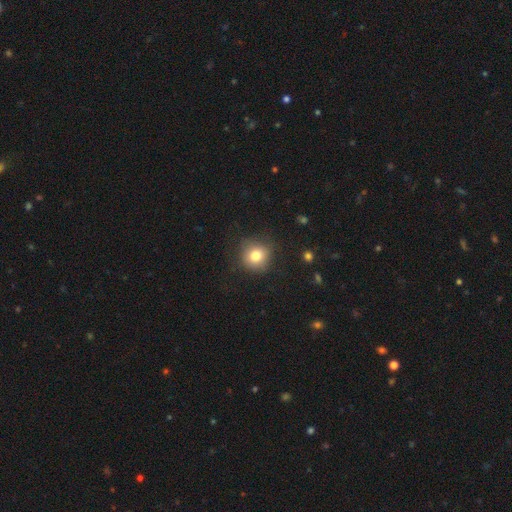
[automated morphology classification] Smooth or featured? smooth (80%)
How rounded? round (90%)
Merging? none (82%)